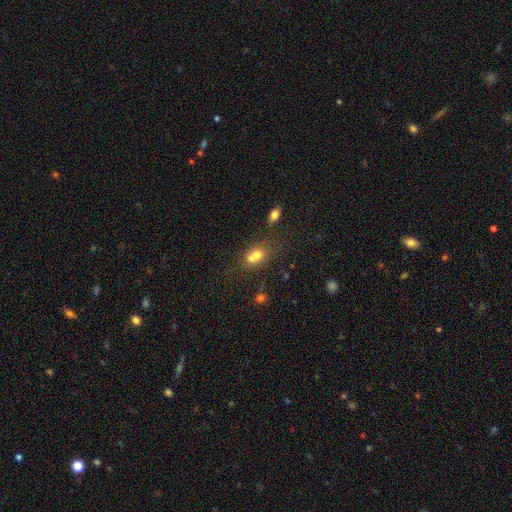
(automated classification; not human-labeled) Smooth or featured? Predicted: smooth (p=0.66). How rounded? Predicted: in between (p=0.52). Merging? Predicted: merger (p=0.56).